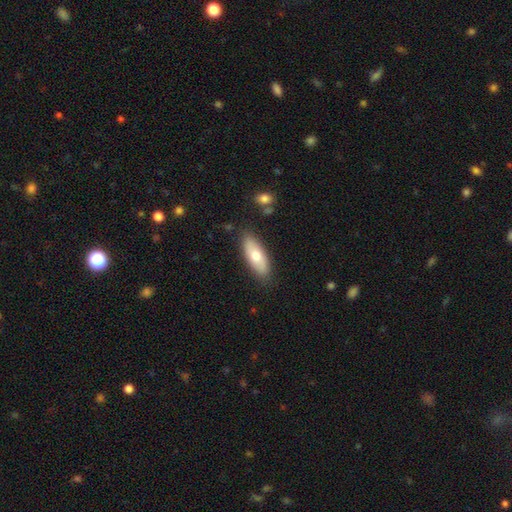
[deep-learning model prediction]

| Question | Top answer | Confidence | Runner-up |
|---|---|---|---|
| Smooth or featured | smooth | 69% | featured or disk (26%) |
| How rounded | in between | 74% | cigar-shaped (24%) |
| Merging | none | 85% | minor disturbance (11%) |